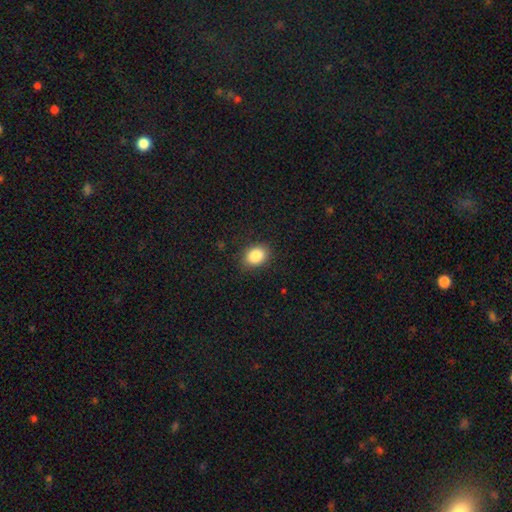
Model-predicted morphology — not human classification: Smooth or featured? smooth (86%)
How rounded? in between (69%)
Merging? none (86%)